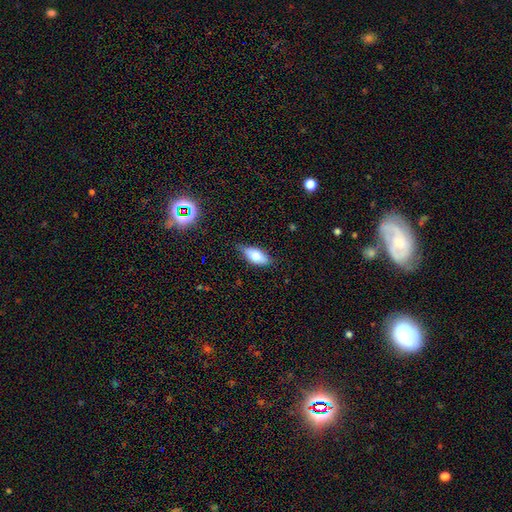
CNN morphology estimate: Smooth or featured? smooth (76%)
How rounded? in between (84%)
Merging? none (74%)